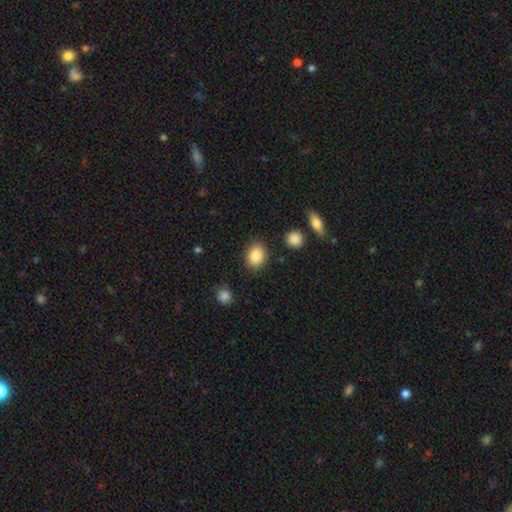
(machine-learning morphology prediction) Overall: smooth (87%). How rounded: in between (68%; round 31%). Merging: none (85%).